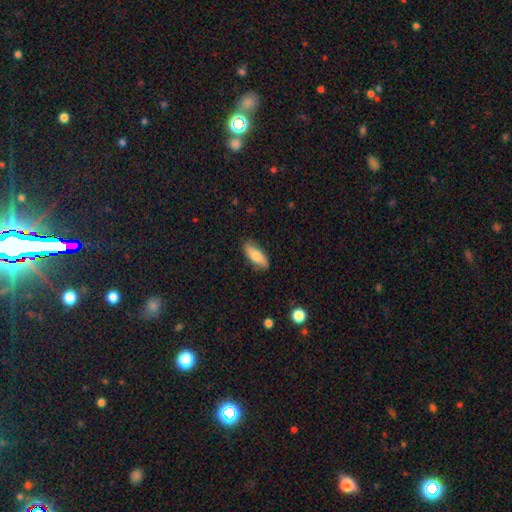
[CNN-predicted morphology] type=smooth (73%); roundness=in between (71%); merging=none (83%).